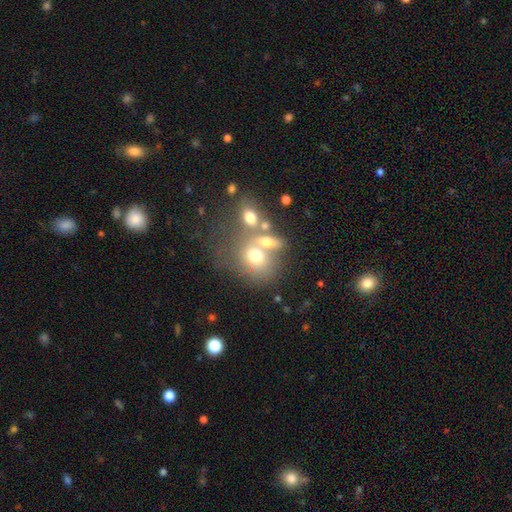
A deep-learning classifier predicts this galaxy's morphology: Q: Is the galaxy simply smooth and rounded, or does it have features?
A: smooth — 49%.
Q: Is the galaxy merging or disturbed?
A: merger — 48%.